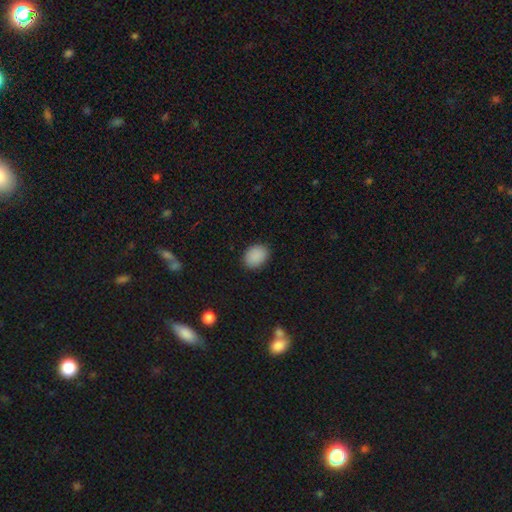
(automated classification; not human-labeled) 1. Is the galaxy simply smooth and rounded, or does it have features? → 89% smooth, 8% star or artifact, 3% featured or disk.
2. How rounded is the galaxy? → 67% in between, 32% round, 1% cigar-shaped.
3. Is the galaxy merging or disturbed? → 88% none, 9% minor disturbance, 2% major disturbance, 1% merger.